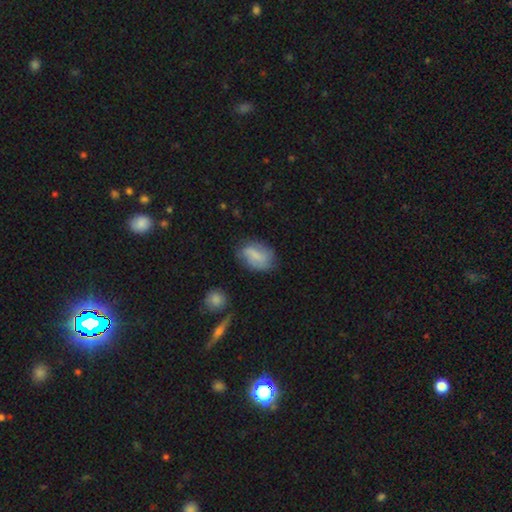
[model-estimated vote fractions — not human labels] Smooth or featured?
  - smooth: 62% *
  - featured or disk: 30%
  - star or artifact: 8%
How rounded?
  - in between: 84% *
  - round: 13%
  - cigar-shaped: 3%
Merging?
  - none: 63% *
  - minor disturbance: 26%
  - major disturbance: 9%
  - merger: 3%